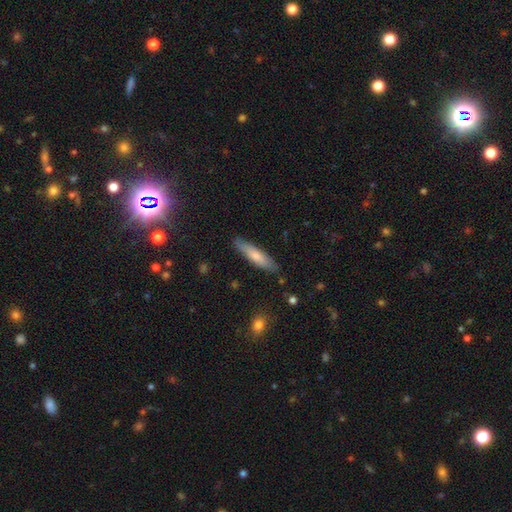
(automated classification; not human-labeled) Smooth or featured: smooth — 69% (featured or disk — 25%)
How rounded: cigar-shaped — 78% (in between — 21%)
Merging: none — 84% (minor disturbance — 12%)